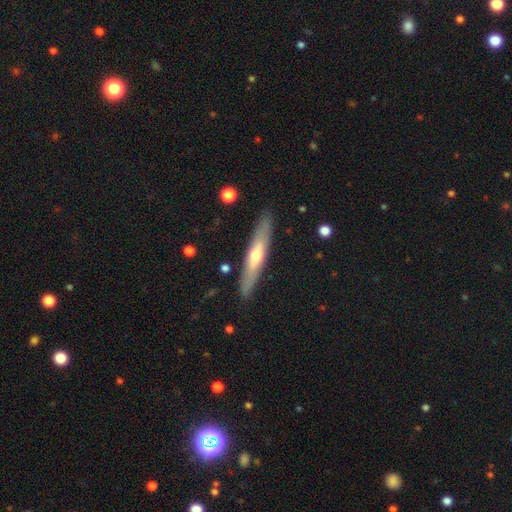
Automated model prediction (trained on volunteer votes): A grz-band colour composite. It shows a featured or disk galaxy (52%) viewed edge-on (81%). Merging: none (87%).